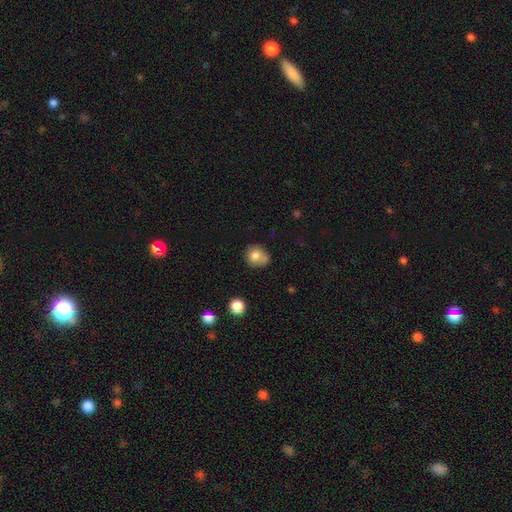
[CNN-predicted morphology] Smooth or featured? smooth (79%)
How rounded? round (76%)
Merging? none (55%)